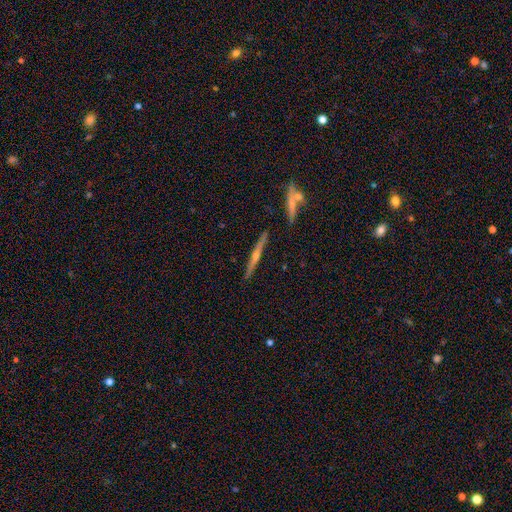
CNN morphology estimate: Q: Smooth or featured?
A: featured or disk (74%); runner-up: smooth (19%)
Q: Edge-on disk?
A: yes (98%); runner-up: no (2%)
Q: Edge-on bulge?
A: rounded (84%); runner-up: none (12%)
Q: Merging?
A: none (89%); runner-up: minor disturbance (7%)